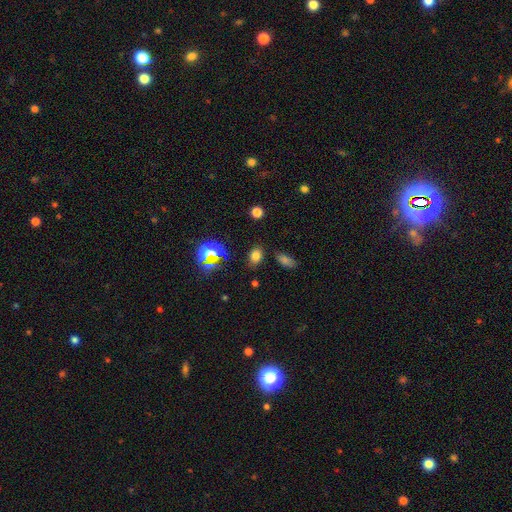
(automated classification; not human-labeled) Morphology: type=smooth (72%); roundness=in between (76%); merging=none (83%).